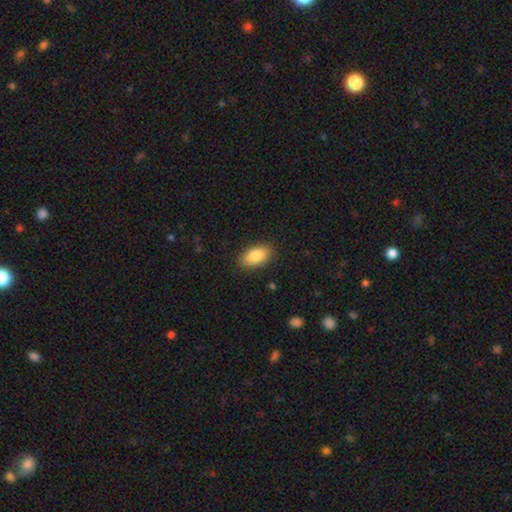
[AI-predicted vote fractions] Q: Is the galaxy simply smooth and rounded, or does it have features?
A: smooth — 86%.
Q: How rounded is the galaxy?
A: in between — 93%.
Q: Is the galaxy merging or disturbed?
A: none — 87%.